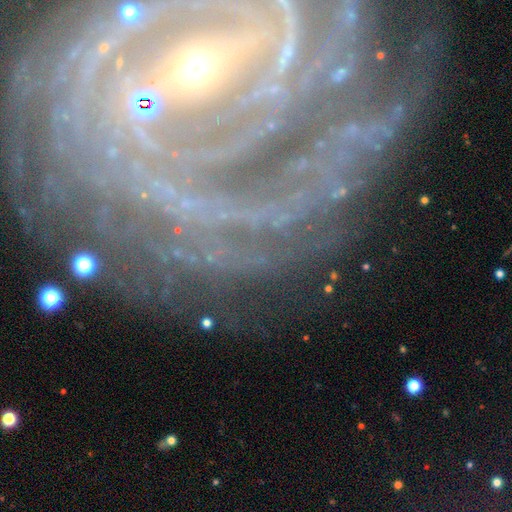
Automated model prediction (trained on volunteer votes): Morphology: type=featured or disk (87%); edge-on=no (96%); bar=strong (43%); spiral arms=yes (96%); winding=tight (76%); arm count=can't tell (22%); bulge=small (68%); merging=none (74%).